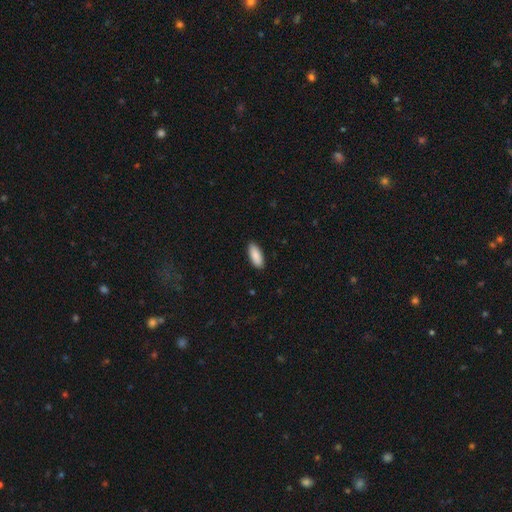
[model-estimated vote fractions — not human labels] smooth 90%, star or artifact 6%, featured or disk 4%. Down the decision tree: how rounded — in between (82%); merging — none (90%).